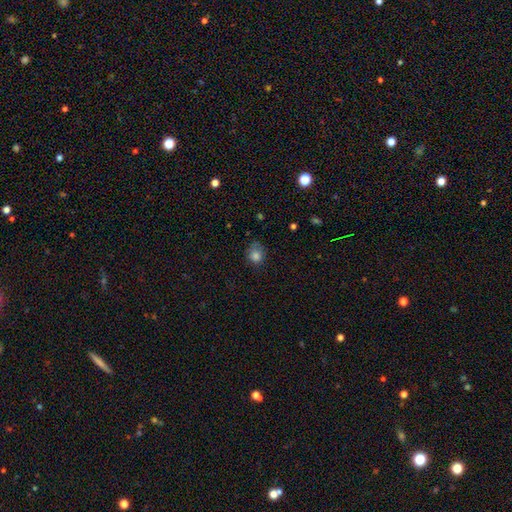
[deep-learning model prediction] Overall: smooth (81%). How rounded: round (65%; in between 34%). Merging: none (55%; minor disturbance 31%).